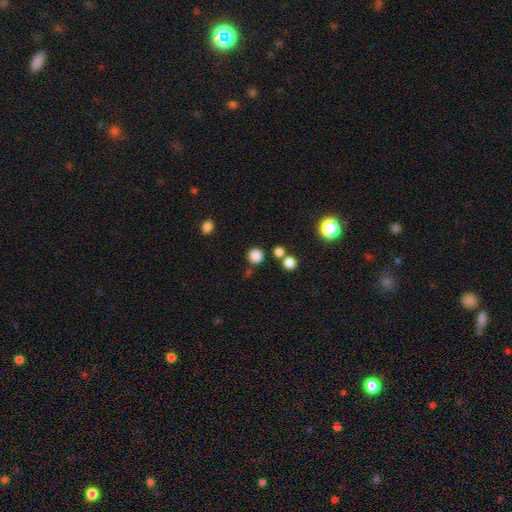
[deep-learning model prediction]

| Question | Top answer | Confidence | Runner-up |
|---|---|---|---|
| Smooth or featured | smooth | 82% | star or artifact (14%) |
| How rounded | round | 93% | in between (6%) |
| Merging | none | 78% | merger (11%) |